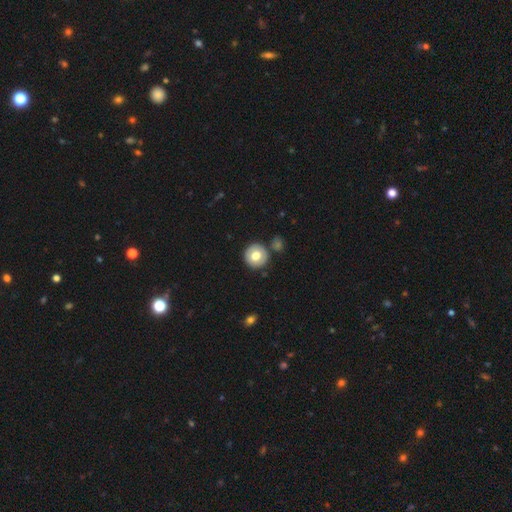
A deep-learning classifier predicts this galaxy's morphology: This appears to be a smooth galaxy with no disk features (69%) that is round (92%). Merging: none (82%).